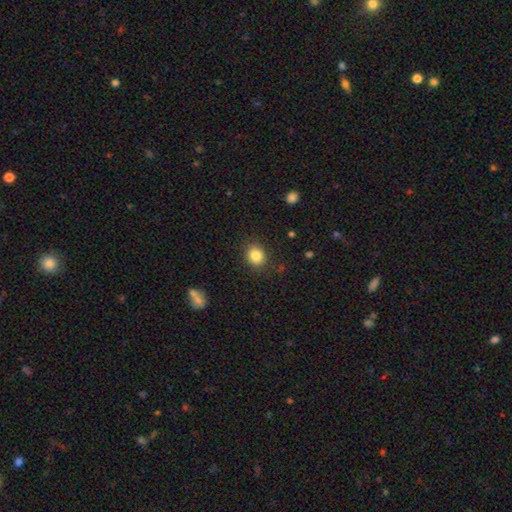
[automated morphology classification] This is clearly a smooth galaxy (84%). How rounded: likely round (68%). Merging: clearly none (87%).